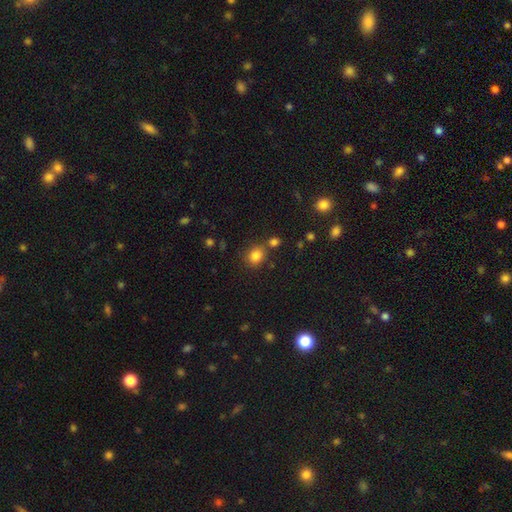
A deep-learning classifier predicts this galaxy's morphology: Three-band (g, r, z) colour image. It shows a smooth galaxy with no disk features (83%) that is round (68%). Merging: none (70%).